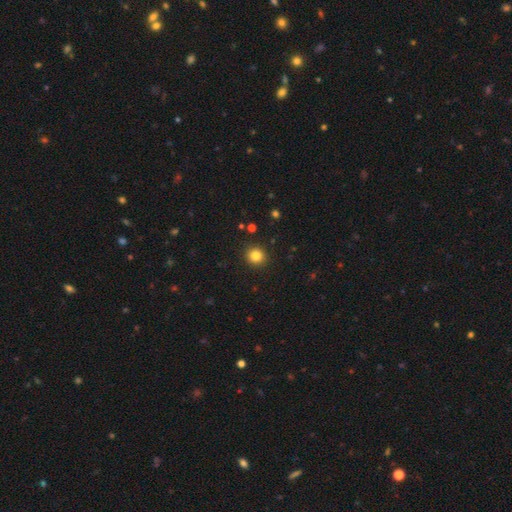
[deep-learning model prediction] smooth-or-featured: smooth: 83% | star or artifact: 12% | featured or disk: 5%
  how-rounded: round: 91% | in between: 8% | cigar-shaped: 1%
  merging: none: 92% | minor disturbance: 5% | major disturbance: 2% | merger: 1%